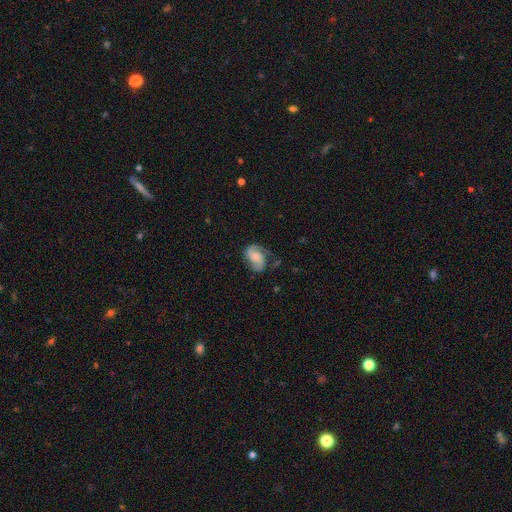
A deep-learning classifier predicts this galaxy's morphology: Smooth or featured? featured or disk (62%)
Edge-on disk? no (97%)
Bar? no (59%)
Spiral arms? yes (91%)
Spiral winding? medium (44%)
Spiral arm count? 2 (83%)
Bulge size? moderate (32%)
Merging? none (61%)